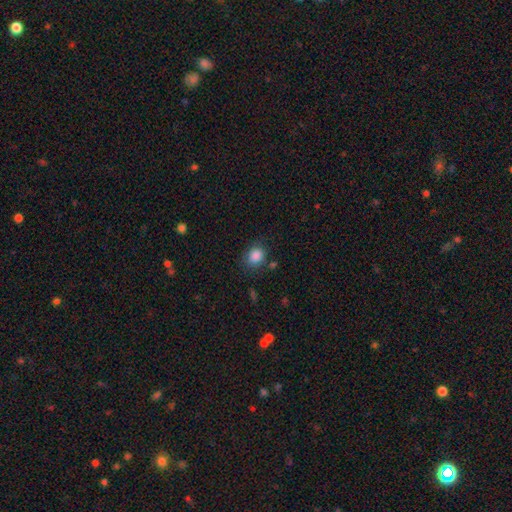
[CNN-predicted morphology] Smooth or featured? smooth (86%)
How rounded? round (51%)
Merging? none (74%)